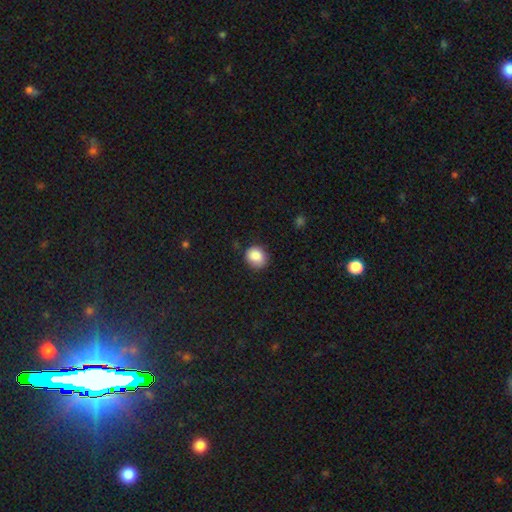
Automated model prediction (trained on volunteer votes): smooth-or-featured: smooth: 87% | star or artifact: 9% | featured or disk: 5%
  how-rounded: round: 75% | in between: 24% | cigar-shaped: 1%
  merging: none: 79% | minor disturbance: 16% | major disturbance: 3% | merger: 1%